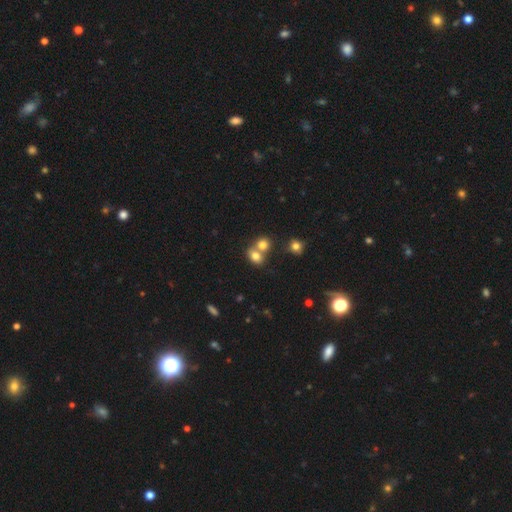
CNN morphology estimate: Smooth or featured? Predicted: smooth (p=0.76). How rounded? Predicted: in between (p=0.54). Merging? Predicted: merger (p=0.53).